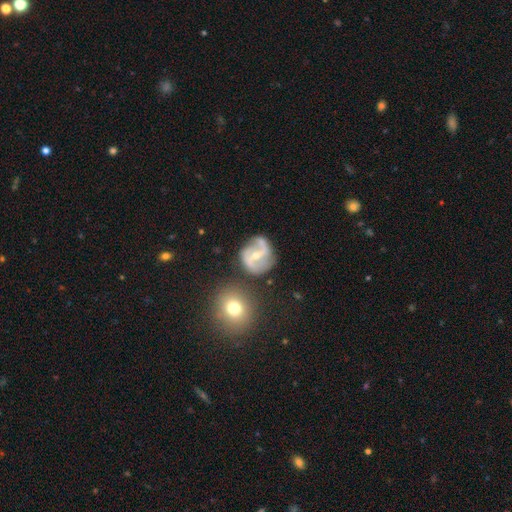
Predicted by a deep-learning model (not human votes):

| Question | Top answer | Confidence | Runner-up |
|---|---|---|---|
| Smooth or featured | featured or disk | 80% | smooth (14%) |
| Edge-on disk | no | 97% | yes (3%) |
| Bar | weak | 43% | strong (31%) |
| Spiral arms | yes | 90% | no (10%) |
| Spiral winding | medium | 47% | loose (31%) |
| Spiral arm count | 2 | 79% | can't tell (8%) |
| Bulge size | small | 51% | moderate (46%) |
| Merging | none | 62% | minor disturbance (21%) |